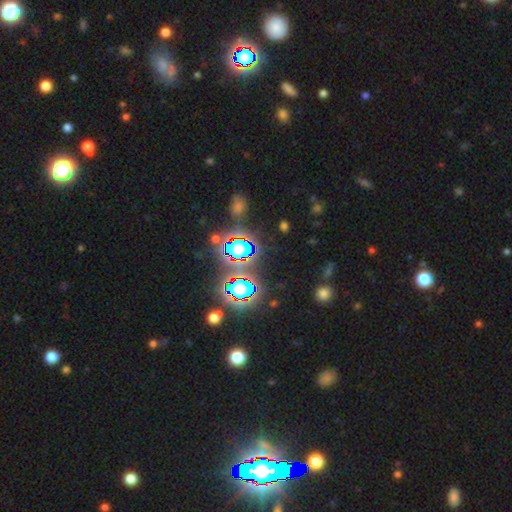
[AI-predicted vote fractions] smooth-or-featured: star or artifact: 81% | smooth: 12% | featured or disk: 7%